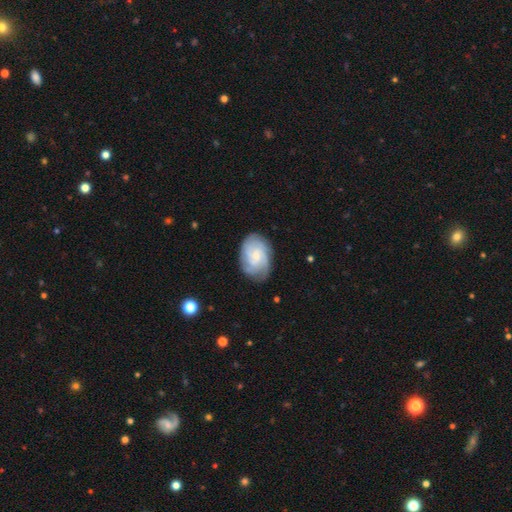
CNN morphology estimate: This is likely a featured or disk galaxy (70%). It is clearly not viewed edge-on (97%). Bar: possibly no (60%). Spiral arm pattern: clearly yes (94%). Spiral arm count: marginally can't tell (36%). Spiral winding: likely tight (60%). Central bulge: likely small (62%). Merging: likely none (76%).